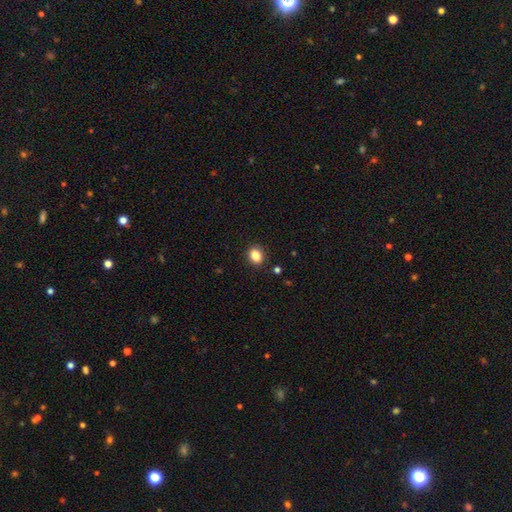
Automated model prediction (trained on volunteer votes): Smooth or featured? smooth (85%)
How rounded? in between (54%)
Merging? none (88%)